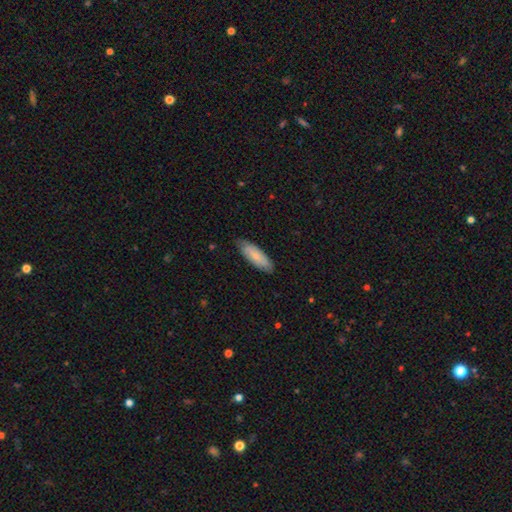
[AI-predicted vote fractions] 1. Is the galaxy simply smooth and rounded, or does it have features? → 75% smooth, 19% featured or disk, 5% star or artifact.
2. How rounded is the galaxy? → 61% in between, 37% cigar-shaped, 2% round.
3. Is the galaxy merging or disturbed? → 80% none, 17% minor disturbance, 2% major disturbance, 1% merger.